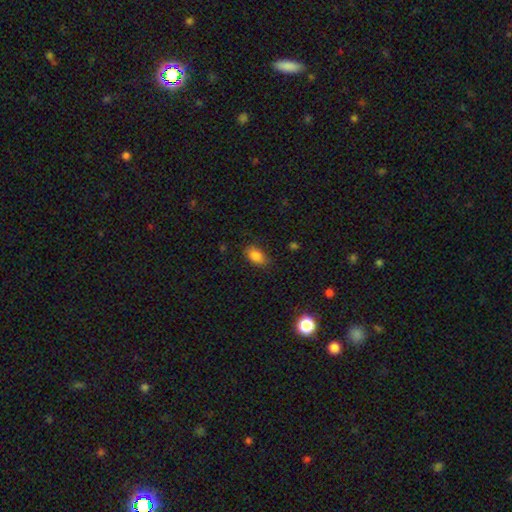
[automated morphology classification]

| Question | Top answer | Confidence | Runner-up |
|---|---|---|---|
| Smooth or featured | smooth | 84% | star or artifact (8%) |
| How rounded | in between | 90% | round (7%) |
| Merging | none | 78% | minor disturbance (17%) |